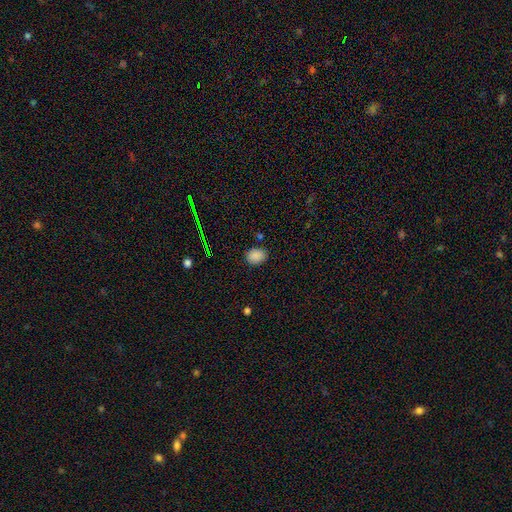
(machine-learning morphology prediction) Overall: smooth (83%). How rounded: in between (64%; round 35%). Merging: none (84%).